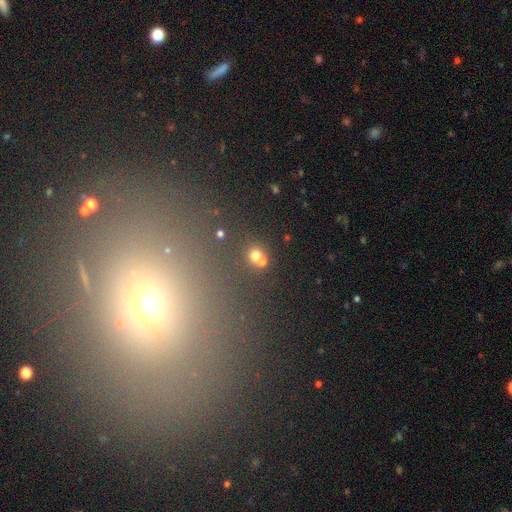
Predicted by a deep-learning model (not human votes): This is likely a smooth galaxy (66%). How rounded: clearly round (83%). Merging: possibly none (52%).